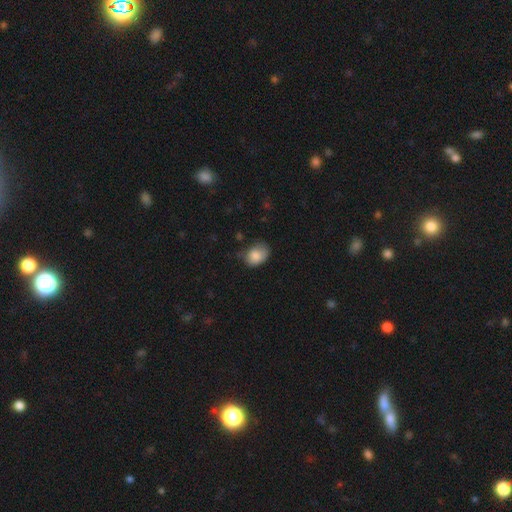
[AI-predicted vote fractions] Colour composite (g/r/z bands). It shows a smooth galaxy with no disk features (82%) that is in between round and cigar-shaped (75%). Merging: none (52%).